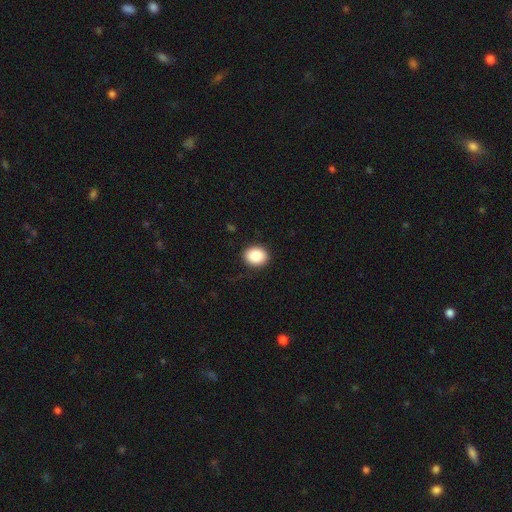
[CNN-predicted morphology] The model was most divided on "how rounded": round: 59%, in between: 40%, cigar-shaped: 1%. More confident: merging — none (90%); smooth or featured — smooth (88%).